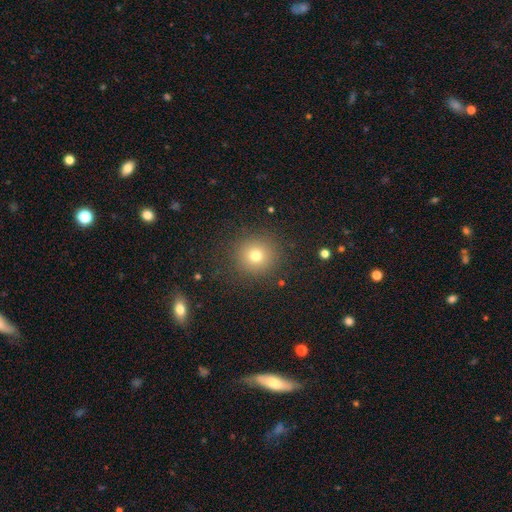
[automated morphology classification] This appears to be a smooth galaxy with no disk features (75%) that is round (92%). Merging: none (89%).